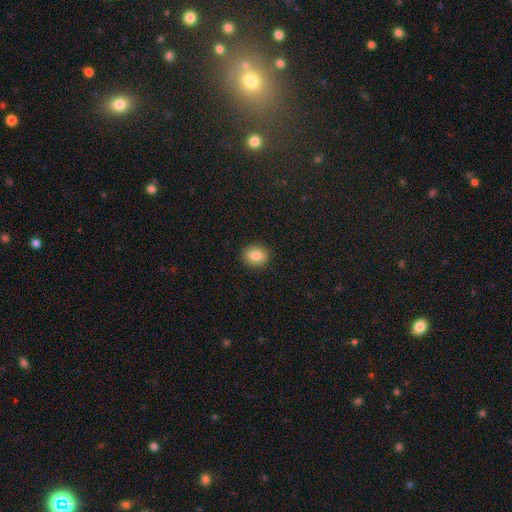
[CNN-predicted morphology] Smooth or featured: smooth — 82% (star or artifact — 10%)
How rounded: round — 69% (in between — 29%)
Merging: none — 91% (minor disturbance — 6%)